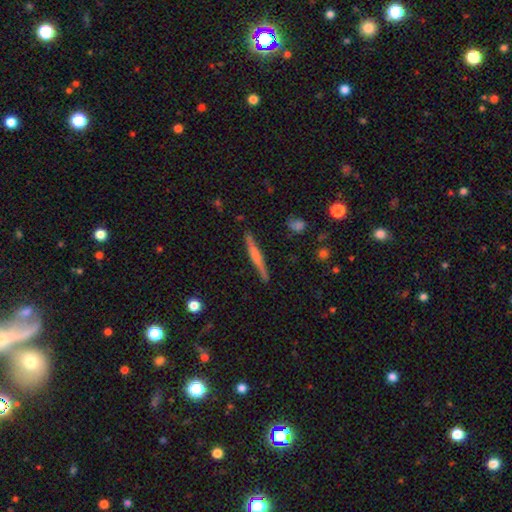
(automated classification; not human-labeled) featured or disk 50%, smooth 44%, star or artifact 6%. Down the decision tree: merging — none (87%).